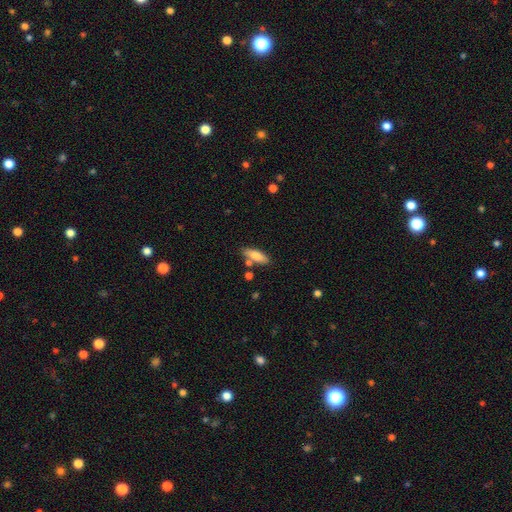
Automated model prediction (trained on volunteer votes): This appears to be a smooth galaxy with no disk features (78%) that is in between round and cigar-shaped (60%). Merging: none (74%).